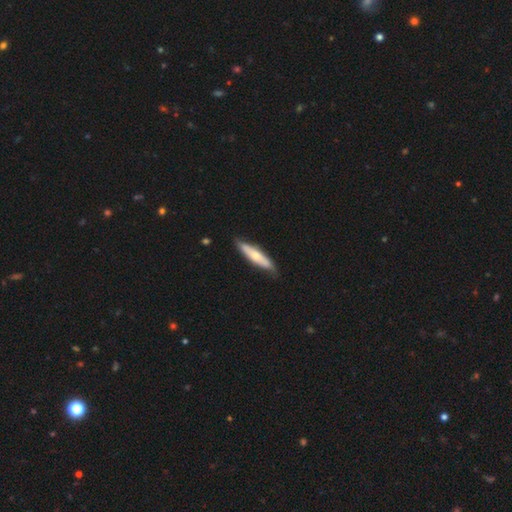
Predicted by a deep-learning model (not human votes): This appears to be a smooth galaxy with no disk features (52%) that is cigar-shaped (75%). Merging: none (78%).